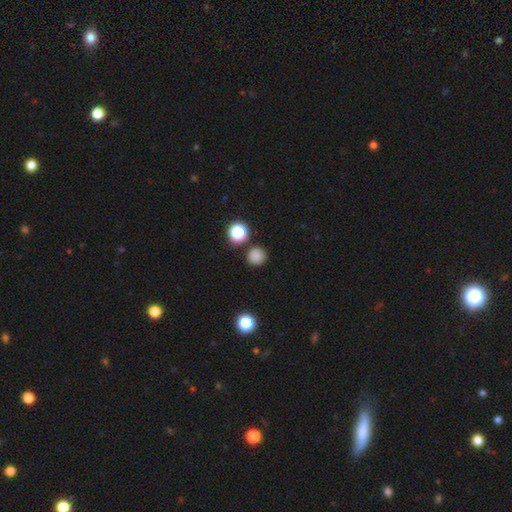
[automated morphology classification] type=smooth (81%); roundness=round (92%); merging=none (85%).